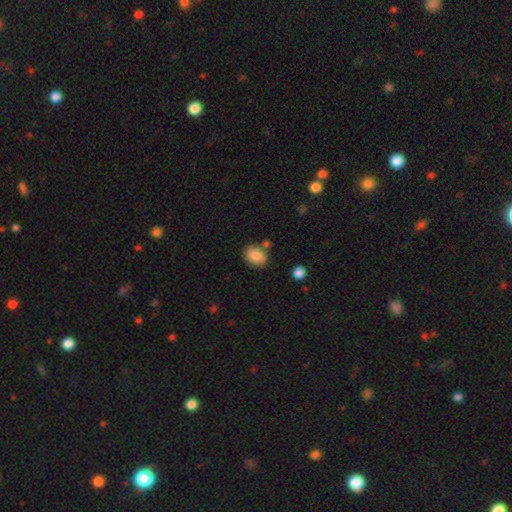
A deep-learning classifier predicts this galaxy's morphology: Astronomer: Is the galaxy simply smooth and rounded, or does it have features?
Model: smooth — 87%.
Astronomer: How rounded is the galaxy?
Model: in between — 74%.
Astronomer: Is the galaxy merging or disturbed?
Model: none — 75%.